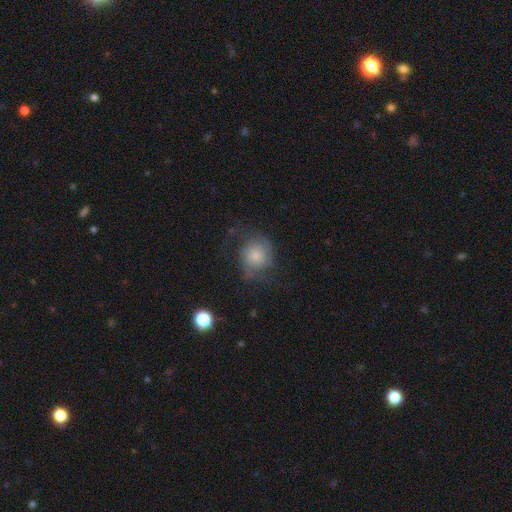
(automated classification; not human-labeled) Smooth or featured? featured or disk (51%)
Edge-on disk? no (97%)
Merging? none (49%)